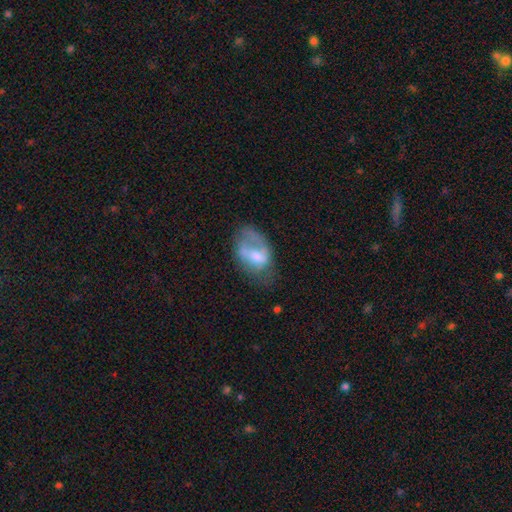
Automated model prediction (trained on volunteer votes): A smooth galaxy with no disk features (48%).

Vote fractions:
- Smooth or featured? smooth: 48% / featured or disk: 44% / star or artifact: 9%
- Merging? none: 33% / major disturbance: 32% / minor disturbance: 29% / merger: 6%